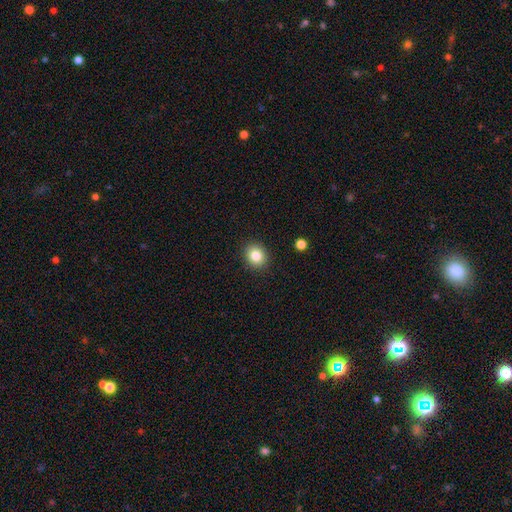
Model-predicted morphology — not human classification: Smooth or featured? smooth (83%)
How rounded? round (72%)
Merging? none (90%)